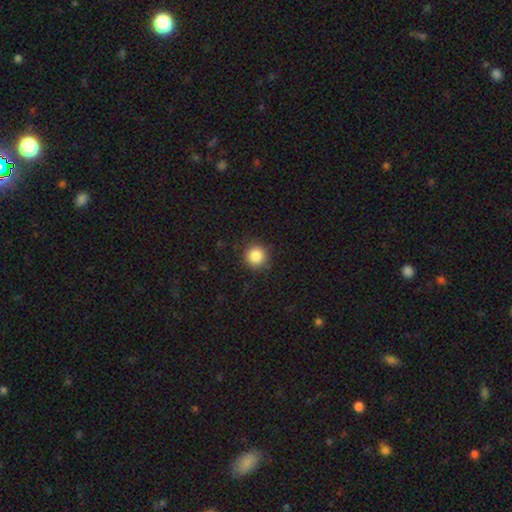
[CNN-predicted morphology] smooth-or-featured: smooth: 86% | star or artifact: 10% | featured or disk: 4%
  how-rounded: round: 93% | in between: 6% | cigar-shaped: 1%
  merging: none: 88% | minor disturbance: 8% | major disturbance: 2% | merger: 1%